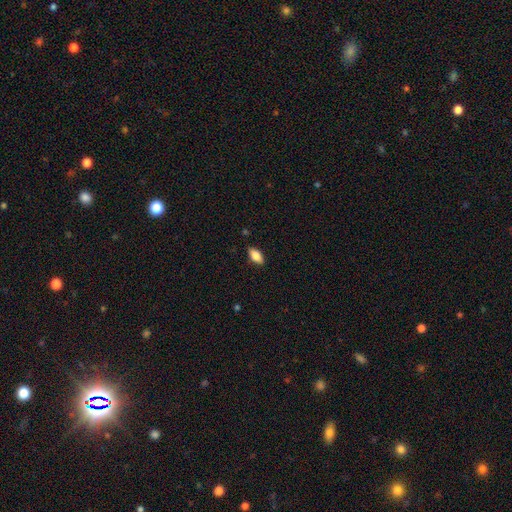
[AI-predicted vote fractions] The model was most divided on "smooth or featured": smooth: 82%, featured or disk: 11%, star or artifact: 7%. More confident: how rounded — in between (88%); merging — none (86%).